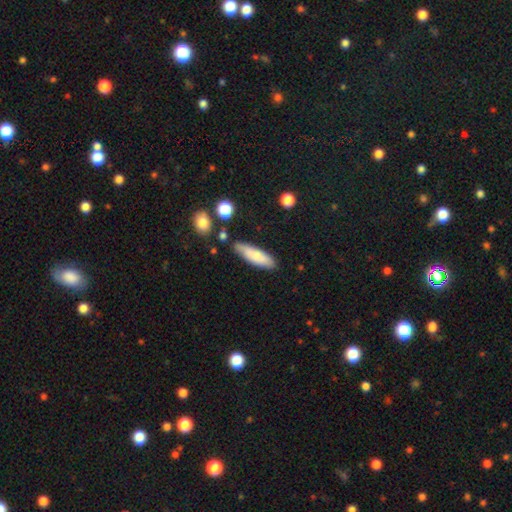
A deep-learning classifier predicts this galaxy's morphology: smooth_or_featured: smooth (p=0.79) [alt: featured or disk p=0.14]
how_rounded: cigar-shaped (p=0.58) [alt: in between p=0.41]
merging: none (p=0.76) [alt: minor disturbance p=0.17]